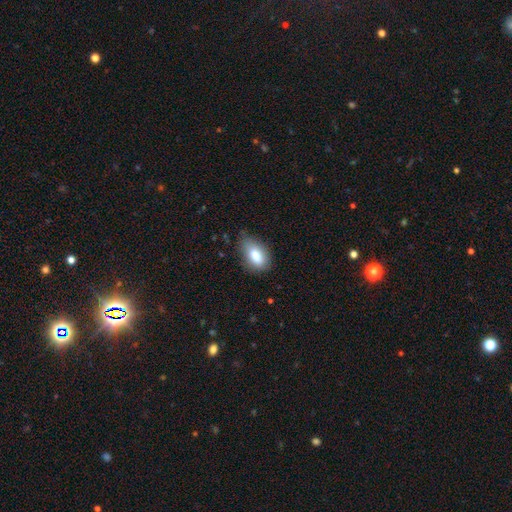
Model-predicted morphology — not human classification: Q: Smooth or featured?
A: smooth (82%); runner-up: featured or disk (10%)
Q: How rounded?
A: in between (91%); runner-up: round (6%)
Q: Merging?
A: none (65%); runner-up: minor disturbance (27%)